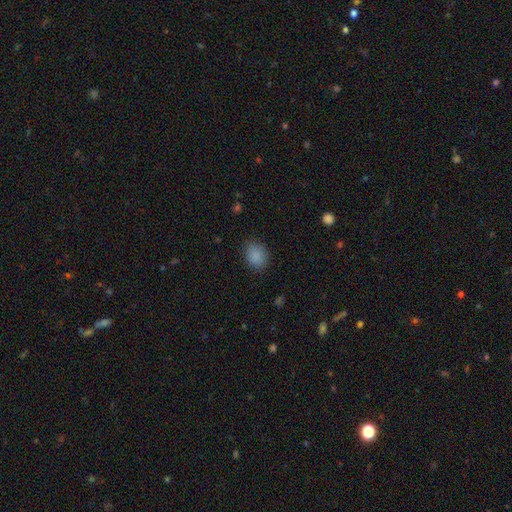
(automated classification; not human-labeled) smooth_or_featured: smooth (p=0.86) [alt: star or artifact p=0.10]
how_rounded: in between (p=0.52) [alt: round p=0.47]
merging: none (p=0.82) [alt: minor disturbance p=0.14]